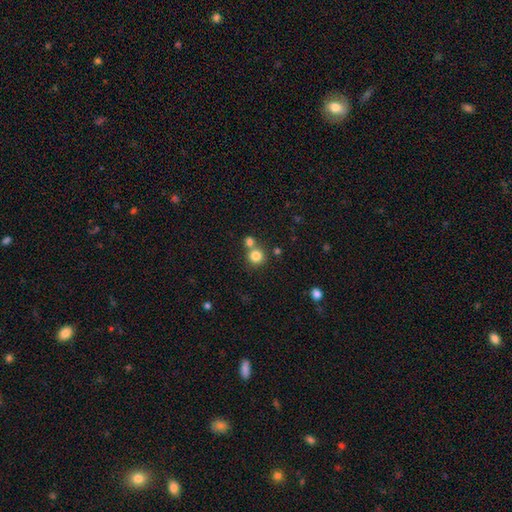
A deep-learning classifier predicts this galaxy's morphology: A smooth galaxy with no disk features (81%) that is round (92%).

Vote fractions:
- Smooth or featured? smooth: 81% / star or artifact: 12% / featured or disk: 7%
- How rounded? round: 92% / in between: 7% / cigar-shaped: 1%
- Merging? none: 59% / merger: 31% / minor disturbance: 7% / major disturbance: 3%